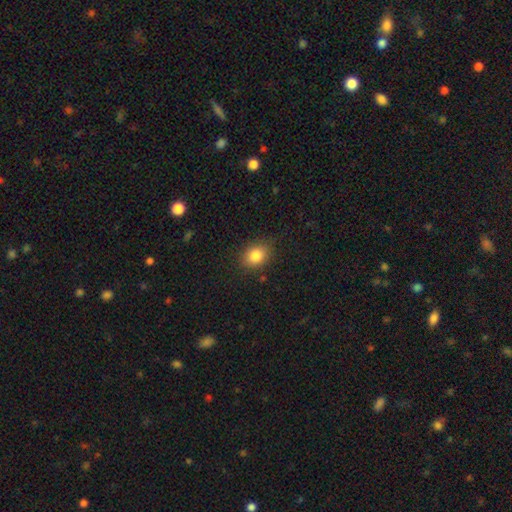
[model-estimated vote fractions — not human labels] Smooth or featured? smooth (84%)
How rounded? in between (55%)
Merging? none (83%)